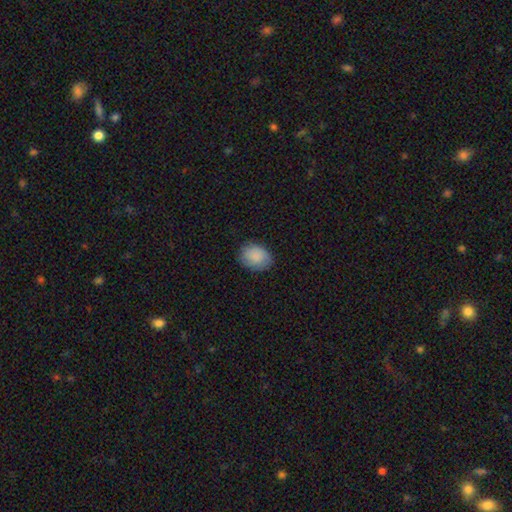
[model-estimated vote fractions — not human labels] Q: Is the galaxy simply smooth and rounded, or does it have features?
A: smooth — 88%.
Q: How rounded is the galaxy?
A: in between — 63%.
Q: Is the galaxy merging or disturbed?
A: none — 82%.